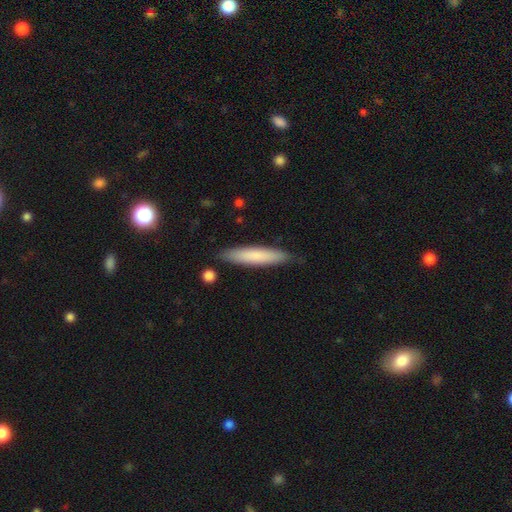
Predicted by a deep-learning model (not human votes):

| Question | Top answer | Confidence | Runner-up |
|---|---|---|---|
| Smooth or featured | smooth | 78% | featured or disk (17%) |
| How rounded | cigar-shaped | 86% | in between (13%) |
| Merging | none | 85% | minor disturbance (11%) |